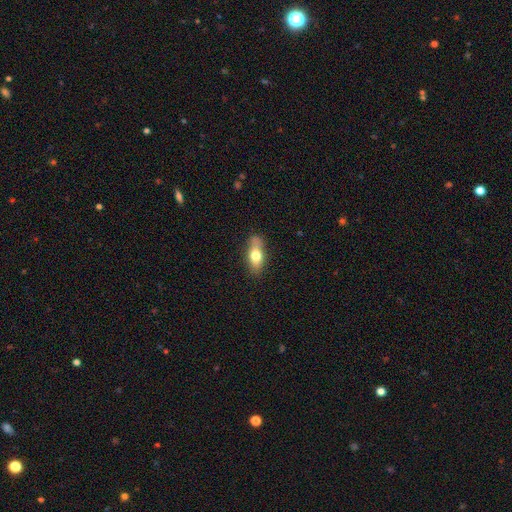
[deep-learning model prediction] Smooth or featured?
  - smooth: 67% *
  - featured or disk: 25%
  - star or artifact: 7%
How rounded?
  - in between: 72% *
  - cigar-shaped: 22%
  - round: 6%
Merging?
  - none: 71% *
  - minor disturbance: 21%
  - major disturbance: 5%
  - merger: 4%